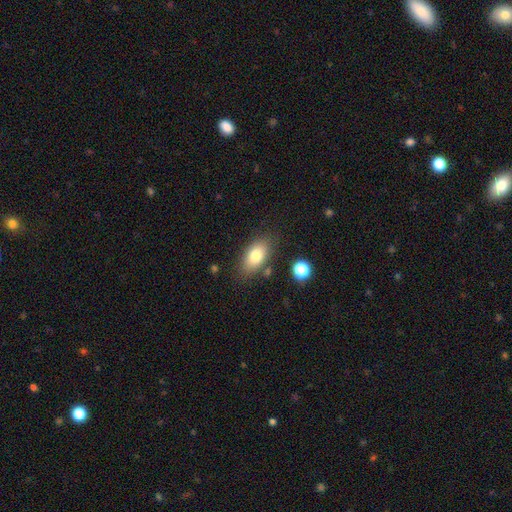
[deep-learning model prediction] This appears to be a smooth galaxy with no disk features (78%) that is in between round and cigar-shaped (89%). Merging: none (79%).